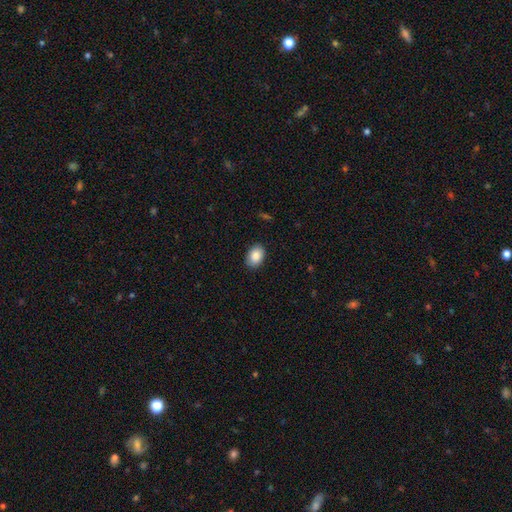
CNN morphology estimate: smooth_or_featured: smooth (p=0.88) [alt: star or artifact p=0.07]
how_rounded: in between (p=0.80) [alt: round p=0.19]
merging: none (p=0.88) [alt: minor disturbance p=0.09]